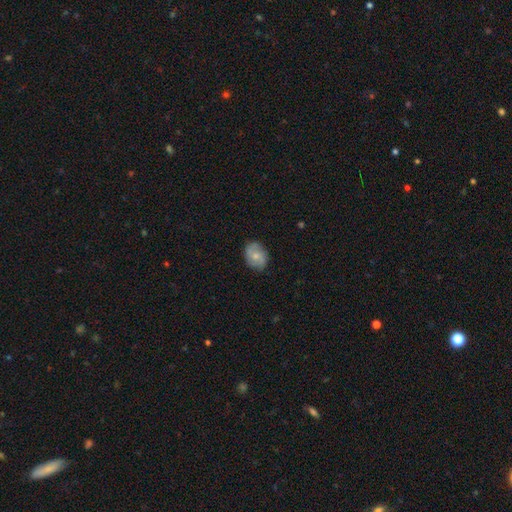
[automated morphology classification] featured or disk 49%, smooth 44%, star or artifact 7%. Down the decision tree: merging — none (79%).